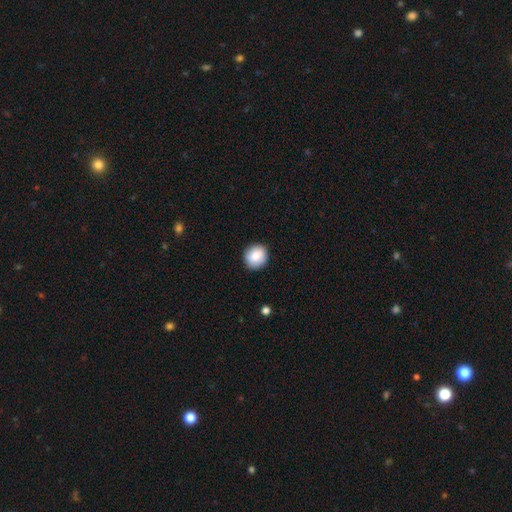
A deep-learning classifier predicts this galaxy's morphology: This is clearly a smooth galaxy (83%). How rounded: clearly round (84%). Merging: clearly none (89%).